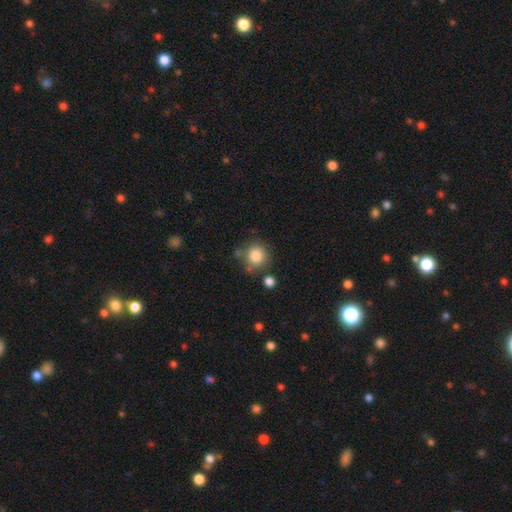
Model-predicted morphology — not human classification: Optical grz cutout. It shows a smooth galaxy with no disk features (83%) that is round (91%). Merging: none (73%).